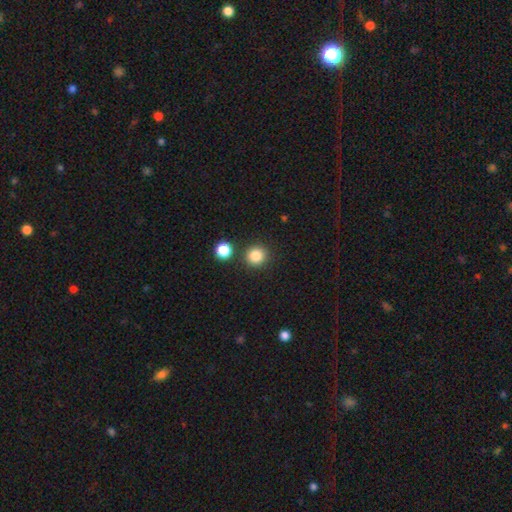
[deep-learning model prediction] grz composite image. It shows a smooth galaxy with no disk features (84%) that is round (92%). Merging: none (85%).